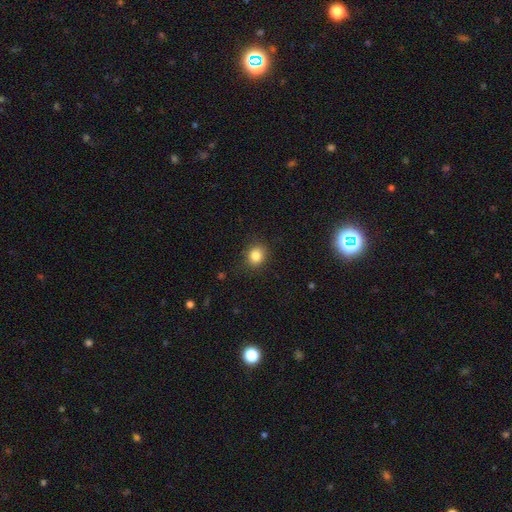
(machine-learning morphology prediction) This appears to be a smooth galaxy with no disk features (84%) that is round (78%). Merging: none (85%).